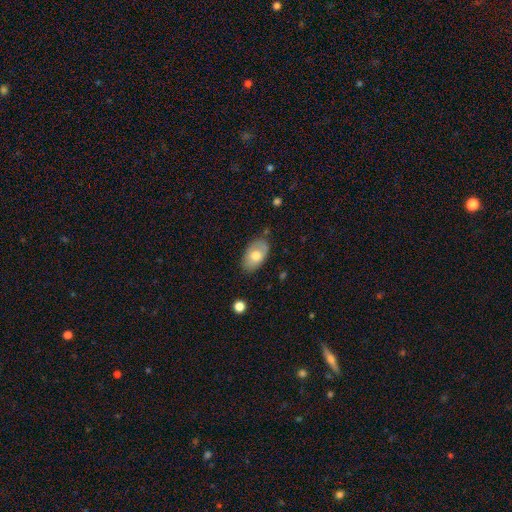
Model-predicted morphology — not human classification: Smooth or featured: smooth — 67% (featured or disk — 26%)
How rounded: in between — 91% (round — 8%)
Merging: none — 75% (minor disturbance — 19%)